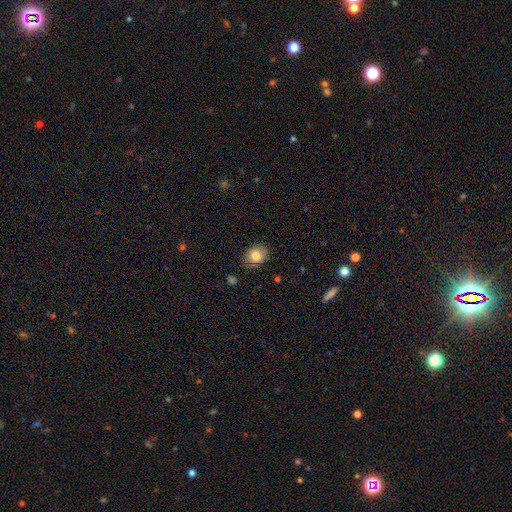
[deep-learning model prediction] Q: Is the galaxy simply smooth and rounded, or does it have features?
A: smooth — 80%.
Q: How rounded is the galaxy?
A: in between — 56%.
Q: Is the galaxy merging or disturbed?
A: none — 79%.